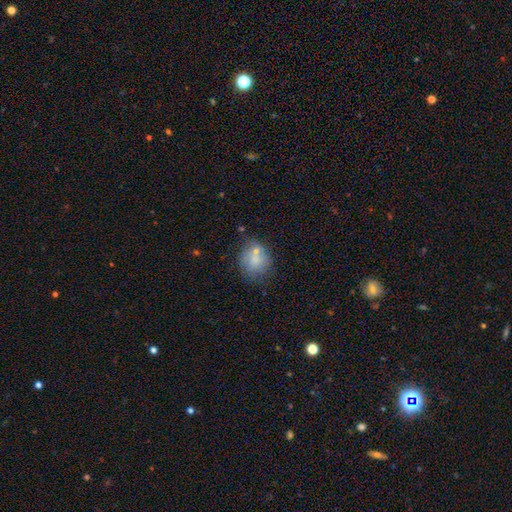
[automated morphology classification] This is likely a smooth galaxy (70%). How rounded: likely round (72%). Merging: possibly none (52%).